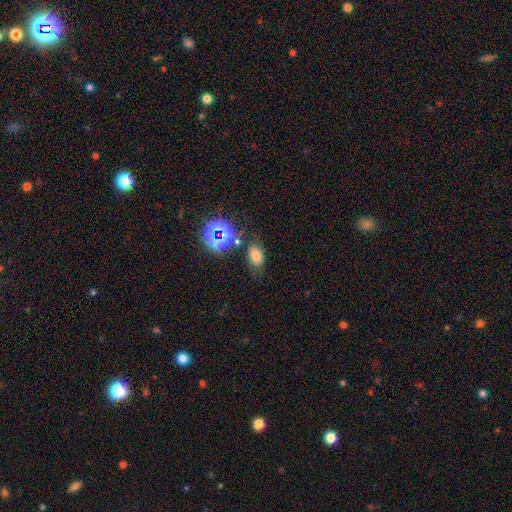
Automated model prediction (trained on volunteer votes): Morphology: type=smooth (67%); roundness=in between (82%); merging=none (71%).